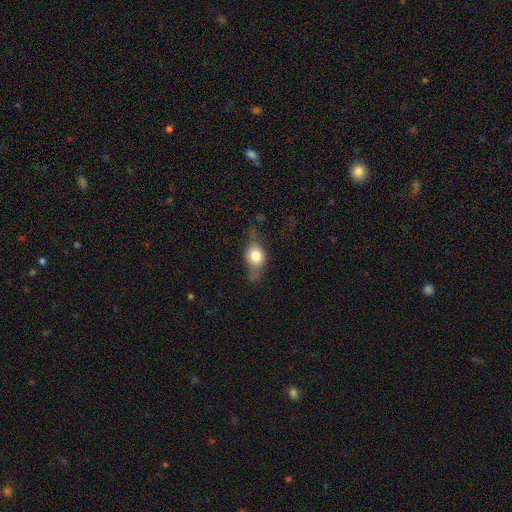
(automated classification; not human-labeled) This appears to be a smooth galaxy with no disk features (65%) that is in between round and cigar-shaped (60%). Merging: none (48%).